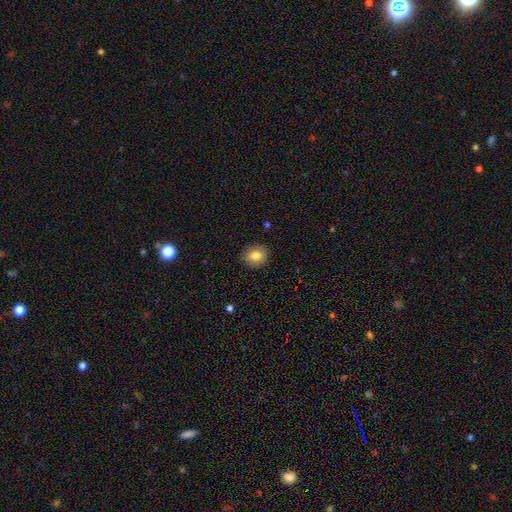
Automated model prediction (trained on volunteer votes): smooth_or_featured: smooth (p=0.80) [alt: featured or disk p=0.11]
how_rounded: round (p=0.66) [alt: in between p=0.33]
merging: none (p=0.89) [alt: minor disturbance p=0.08]